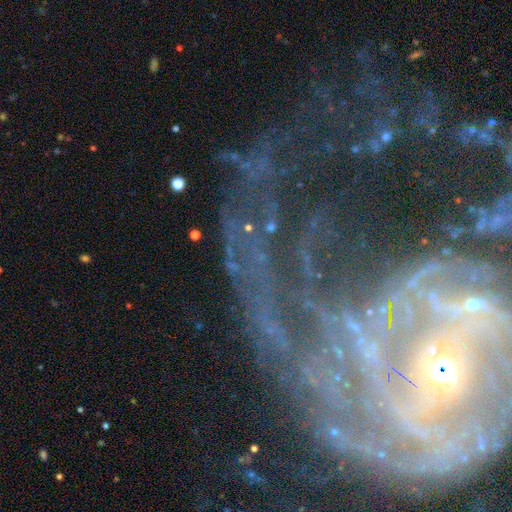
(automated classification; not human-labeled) A featured or disk galaxy (80%) with no bar (49%), tight (55%) spiral arms (93%) and a small central bulge (65%).

Vote fractions:
- Smooth or featured? featured or disk: 80% / star or artifact: 13% / smooth: 7%
- Edge-on disk? no: 96% / yes: 4%
- Bar? no: 49% / weak: 28% / strong: 23%
- Spiral arms? yes: 93% / no: 7%
- Spiral winding? tight: 55% / medium: 30% / loose: 15%
- Spiral arm count? can't tell: 25% / 2: 23% / 3: 16% / 4: 13% / more than 4: 12% / 1: 11%
- Bulge size? small: 65% / moderate: 26% / none: 4% / large: 3% / dominant: 2%
- Merging? none: 55% / major disturbance: 24% / minor disturbance: 16% / merger: 5%